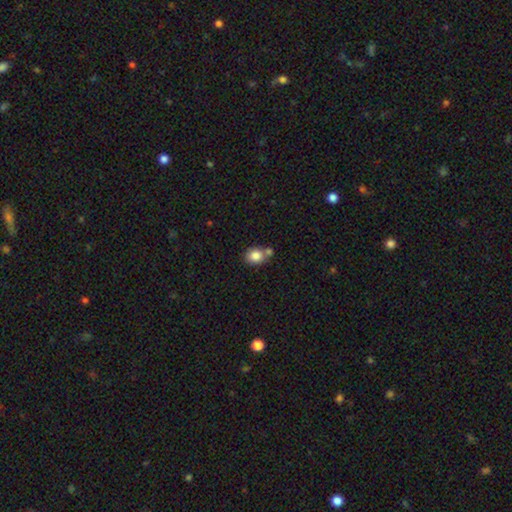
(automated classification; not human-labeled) This is clearly a smooth galaxy (84%). How rounded: likely round (62%). Merging: possibly none (55%).